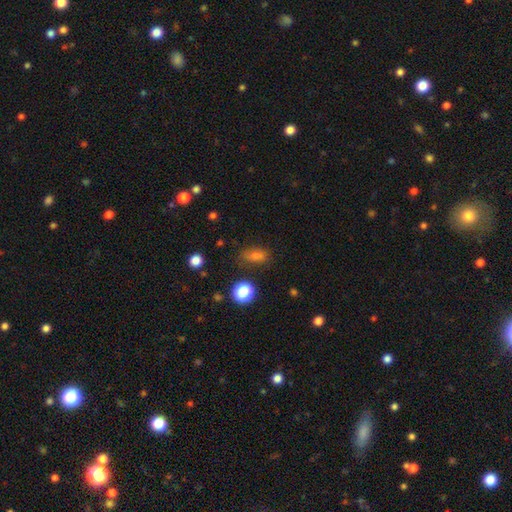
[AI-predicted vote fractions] Overall: smooth (68%). How rounded: in between (74%). Merging: none (74%).